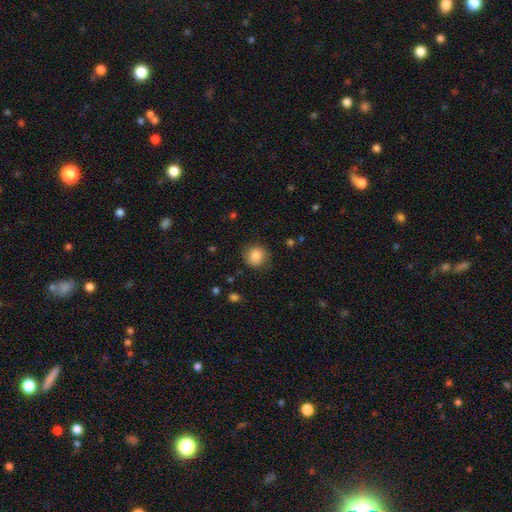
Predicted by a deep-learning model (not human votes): Overall: smooth (86%). How rounded: round (89%). Merging: none (83%).